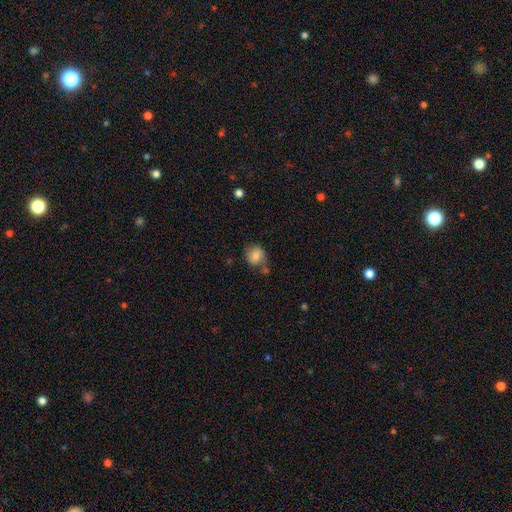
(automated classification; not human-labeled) This is likely a smooth galaxy (79%). How rounded: likely round (71%). Merging: possibly none (60%).